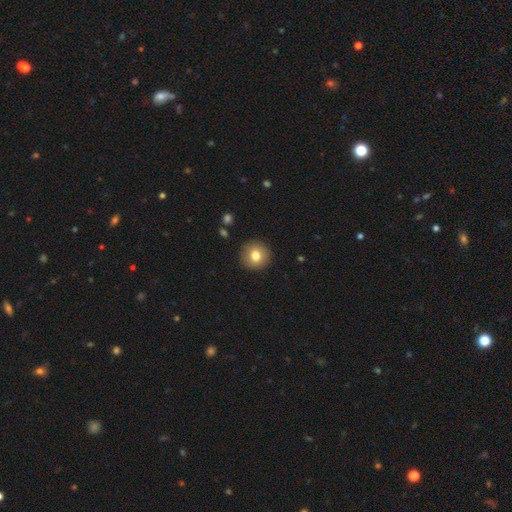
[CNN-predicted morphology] Smooth or featured? Predicted: smooth (p=0.79). How rounded? Predicted: round (p=0.94). Merging? Predicted: none (p=0.91).